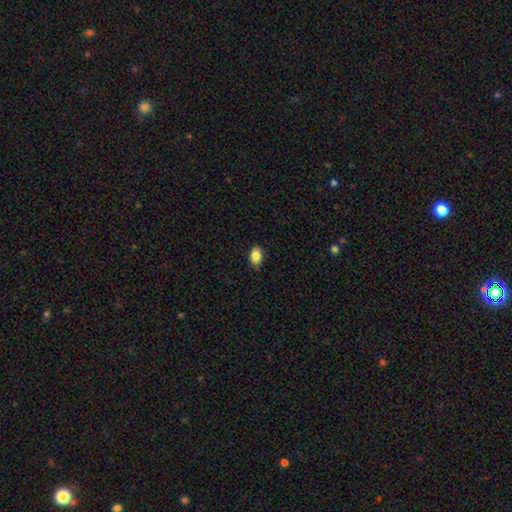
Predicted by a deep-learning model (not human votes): smooth-or-featured: smooth: 85% | star or artifact: 8% | featured or disk: 6%
  how-rounded: in between: 83% | round: 16% | cigar-shaped: 1%
  merging: none: 81% | minor disturbance: 16% | major disturbance: 2% | merger: 1%